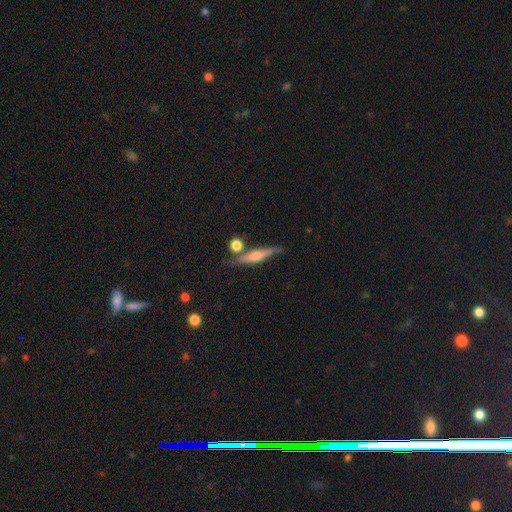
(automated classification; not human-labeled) featured or disk 64%, smooth 28%, star or artifact 7%. Down the decision tree: edge-on disk — yes (95%); edge-on bulge — rounded (78%); merging — none (72%).